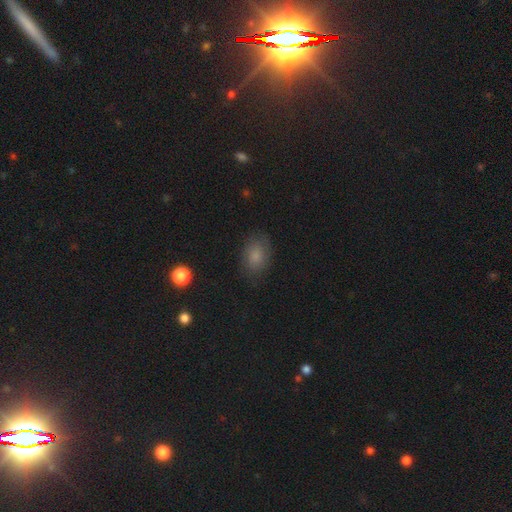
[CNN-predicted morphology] Smooth or featured? Predicted: smooth (p=0.80). How rounded? Predicted: in between (p=0.74). Merging? Predicted: none (p=0.78).